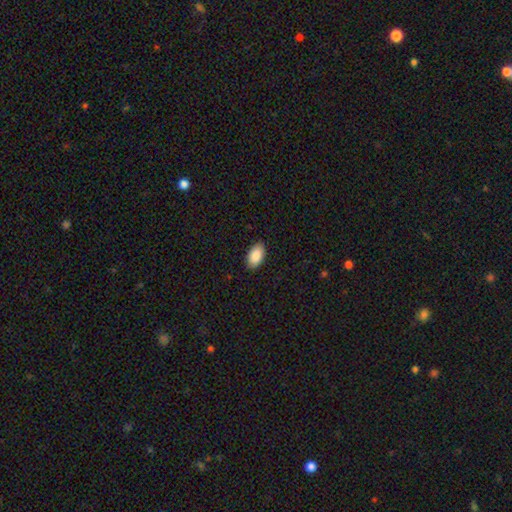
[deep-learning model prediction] smooth 90%, star or artifact 6%, featured or disk 4%. Down the decision tree: how rounded — in between (95%); merging — none (88%).